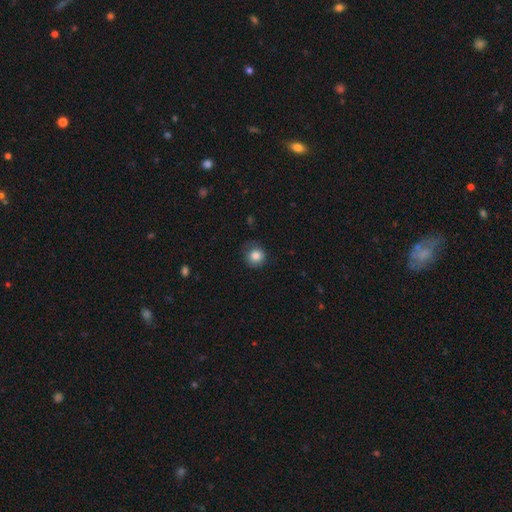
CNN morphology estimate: This appears to be a smooth galaxy with no disk features (85%) that is round (90%). Merging: none (74%).